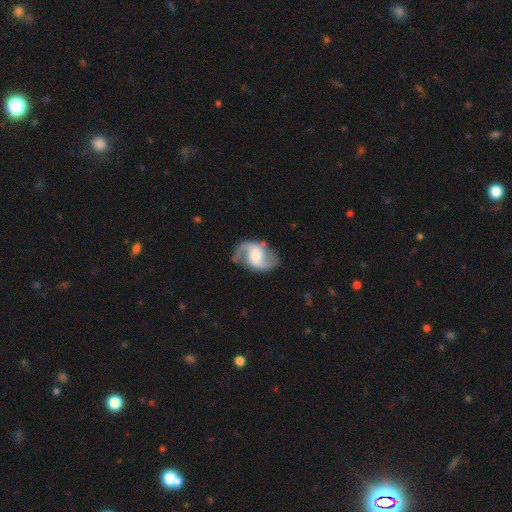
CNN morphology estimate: This appears to be a featured or disk galaxy (85%) with a weak bar (48%), 2 (92%) loose (48%) spiral arms (96%) and a moderate central bulge (54%). Merging: none (78%).